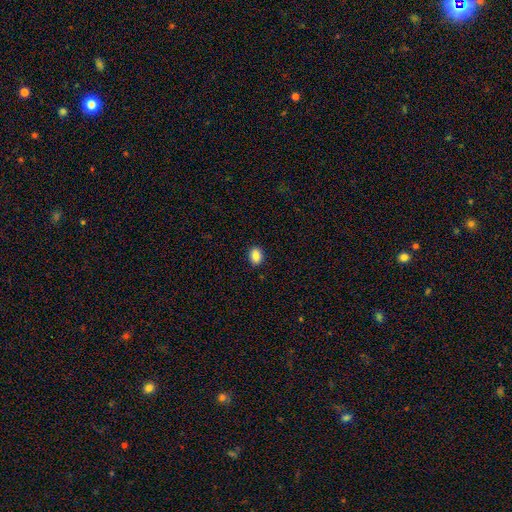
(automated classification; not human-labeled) This appears to be a smooth galaxy with no disk features (86%) that is in between round and cigar-shaped (69%). Merging: none (89%).